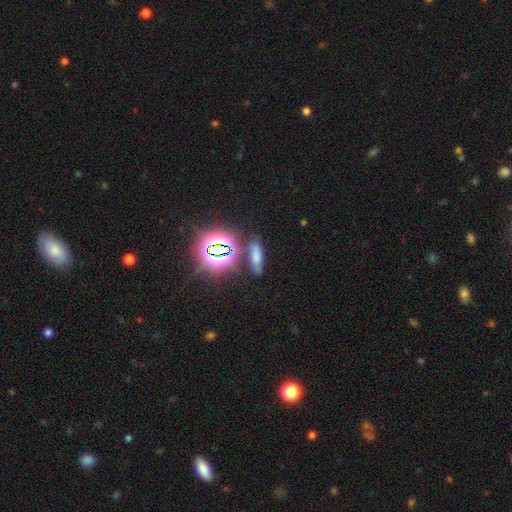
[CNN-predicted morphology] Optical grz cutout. It shows a smooth galaxy with no disk features (57%) that is in between round and cigar-shaped (44%). Merging: none (75%).